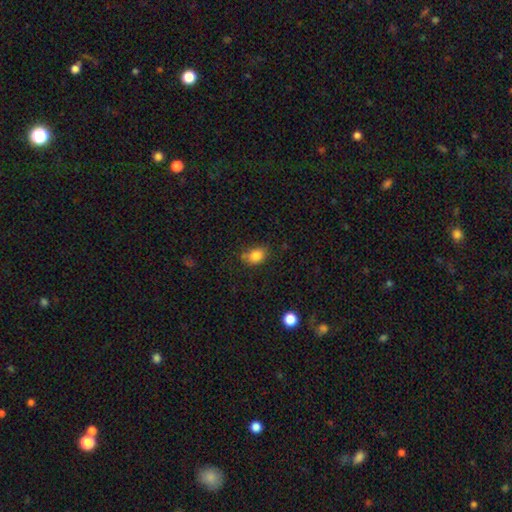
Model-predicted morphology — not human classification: This appears to be a smooth galaxy with no disk features (84%) that is in between round and cigar-shaped (63%). Merging: none (66%).